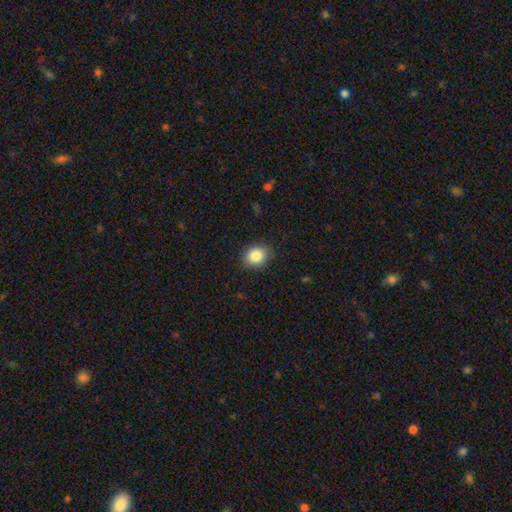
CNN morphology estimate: A smooth galaxy with no disk features (86%) that is round (59%).

Vote fractions:
- Smooth or featured? smooth: 86% / star or artifact: 9% / featured or disk: 5%
- How rounded? round: 59% / in between: 40% / cigar-shaped: 1%
- Merging? none: 85% / minor disturbance: 11% / major disturbance: 3% / merger: 1%